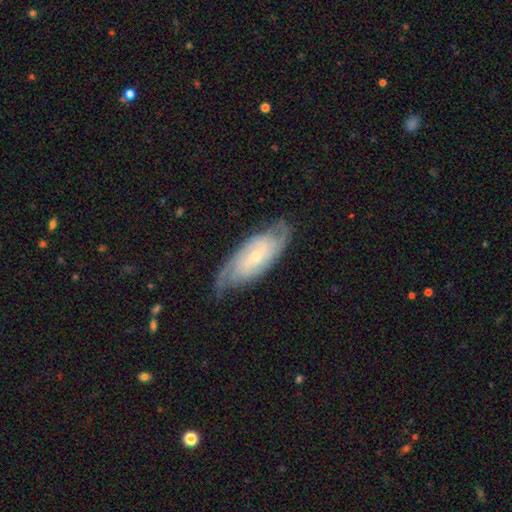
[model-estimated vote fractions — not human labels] Smooth or featured: featured or disk — 81% (smooth — 13%)
Edge-on disk: no — 91% (yes — 9%)
Bar: no — 43% (tied with weak — 43%)
Spiral arms: yes — 96% (no — 4%)
Spiral winding: tight — 57% (medium — 34%)
Spiral arm count: 2 — 43% (can't tell — 29%)
Bulge size: small — 69% (moderate — 26%)
Merging: none — 75% (minor disturbance — 18%)